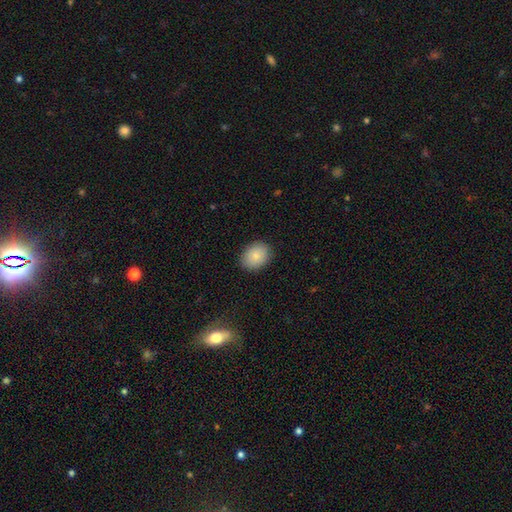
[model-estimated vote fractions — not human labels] Morphology: type=smooth (86%); roundness=in between (57%); merging=none (88%).